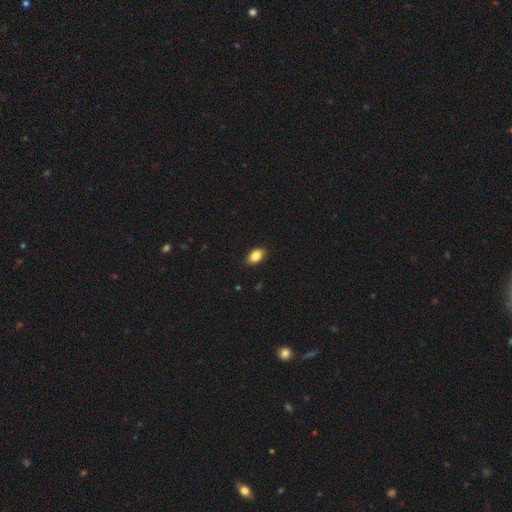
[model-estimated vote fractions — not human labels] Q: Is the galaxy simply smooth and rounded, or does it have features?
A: smooth — 88%.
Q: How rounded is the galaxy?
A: in between — 91%.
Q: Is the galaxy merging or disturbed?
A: none — 89%.